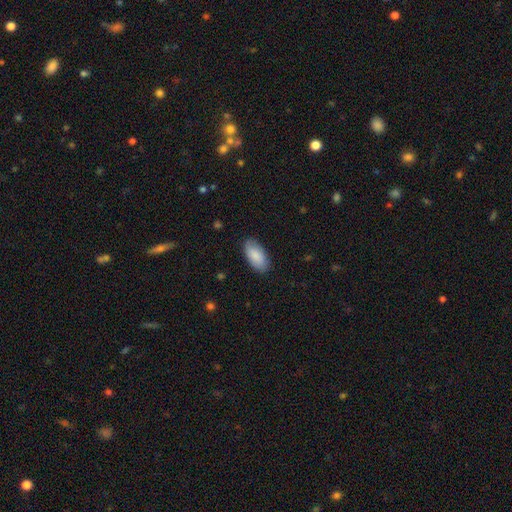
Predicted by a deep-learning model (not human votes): A smooth galaxy with no disk features (86%) that is in between round and cigar-shaped (94%).

Vote fractions:
- Smooth or featured? smooth: 86% / featured or disk: 8% / star or artifact: 5%
- How rounded? in between: 94% / cigar-shaped: 4% / round: 2%
- Merging? none: 86% / minor disturbance: 11% / major disturbance: 2% / merger: 1%